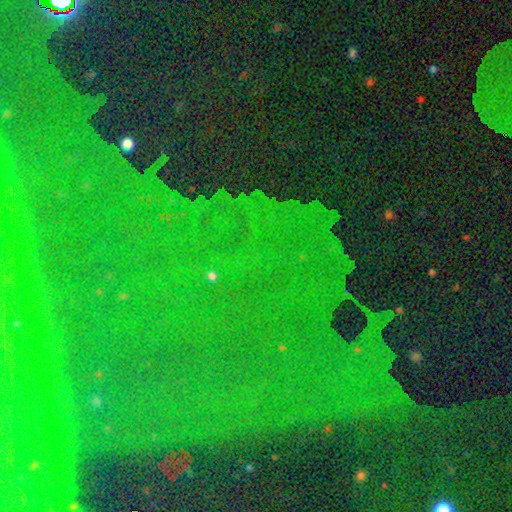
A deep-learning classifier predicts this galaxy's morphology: smooth-or-featured: star or artifact: 85% | featured or disk: 8% | smooth: 7%